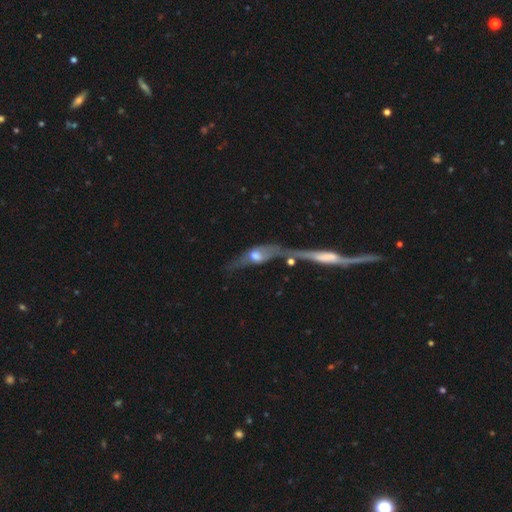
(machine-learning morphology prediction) This appears to be a featured or disk galaxy (57%) viewed edge-on (57%). Merging: merger (43%).